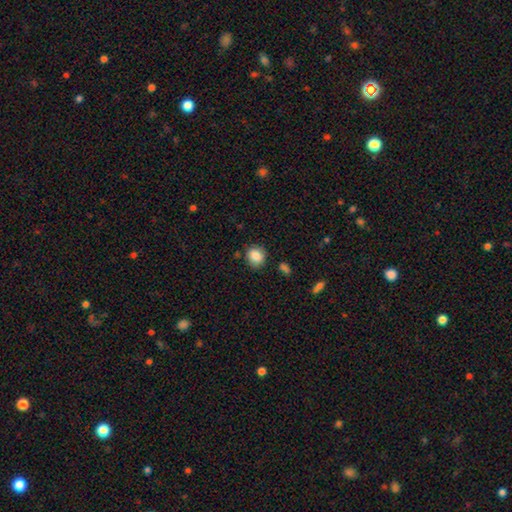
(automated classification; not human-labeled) Smooth or featured: smooth — 86% (star or artifact — 9%)
How rounded: round — 76% (in between — 23%)
Merging: none — 84% (minor disturbance — 10%)